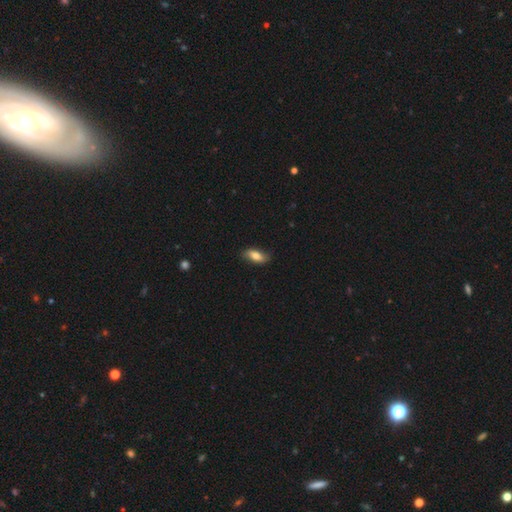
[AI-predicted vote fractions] This is likely a smooth galaxy (72%). How rounded: clearly in between (83%). Merging: likely none (77%).